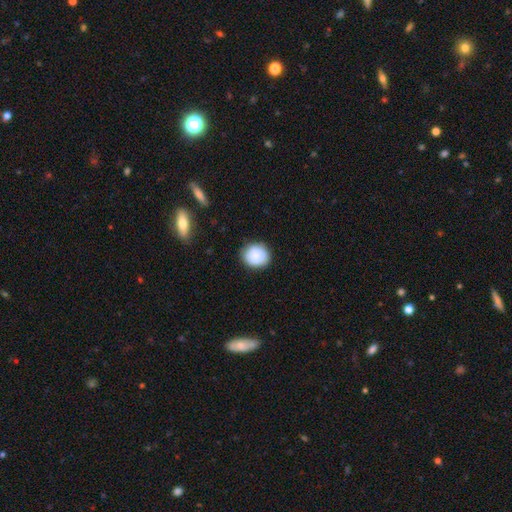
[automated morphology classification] Smooth or featured: smooth — 85% (featured or disk — 7%)
How rounded: round — 75% (in between — 24%)
Merging: none — 83% (minor disturbance — 13%)